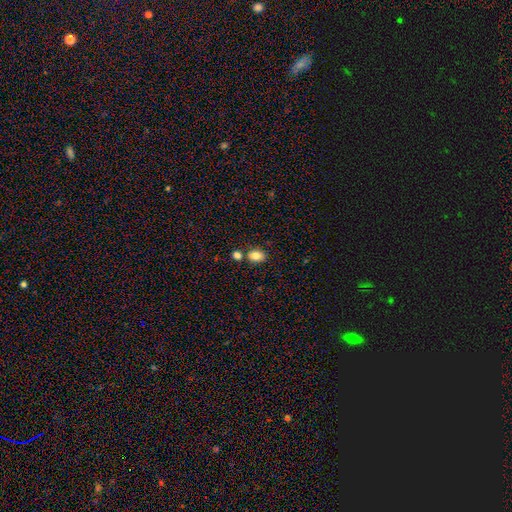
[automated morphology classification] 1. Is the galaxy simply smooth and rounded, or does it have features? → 84% smooth, 9% star or artifact, 7% featured or disk.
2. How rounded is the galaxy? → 76% in between, 22% round, 1% cigar-shaped.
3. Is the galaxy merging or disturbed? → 70% none, 16% merger, 11% minor disturbance, 3% major disturbance.